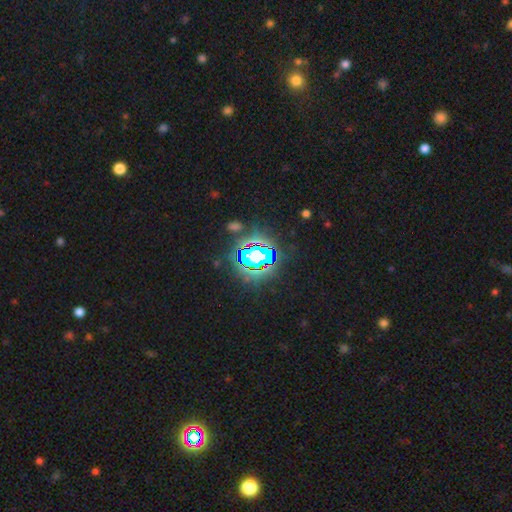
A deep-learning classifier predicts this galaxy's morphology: Smooth or featured? Predicted: star or artifact (p=0.73).